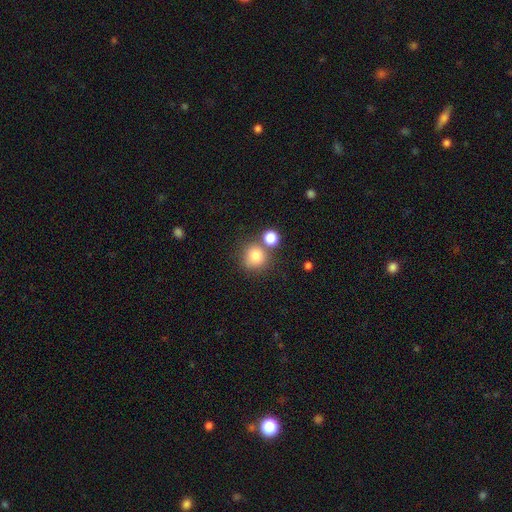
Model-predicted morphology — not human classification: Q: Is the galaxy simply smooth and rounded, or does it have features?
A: smooth — 81%.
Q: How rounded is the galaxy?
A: round — 90%.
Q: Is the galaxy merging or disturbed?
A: none — 64%.